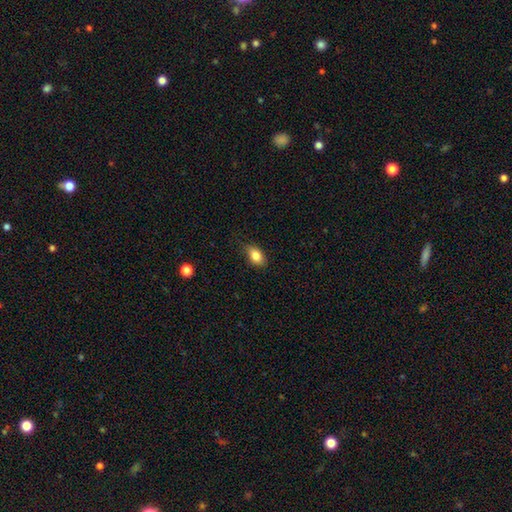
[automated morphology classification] Q: Smooth or featured?
A: smooth (83%); runner-up: featured or disk (9%)
Q: How rounded?
A: in between (87%); runner-up: round (10%)
Q: Merging?
A: none (81%); runner-up: minor disturbance (15%)